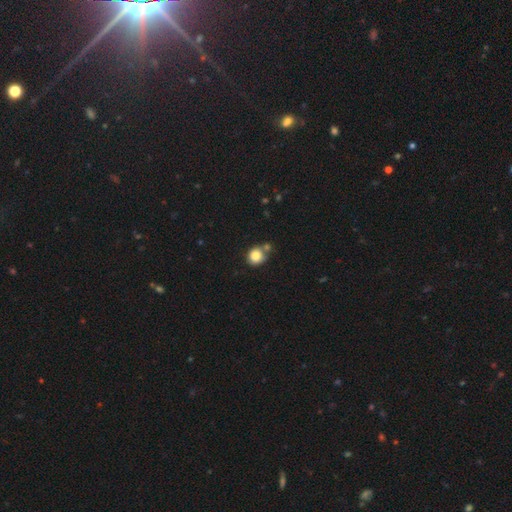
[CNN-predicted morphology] Smooth or featured? smooth (84%)
How rounded? round (84%)
Merging? none (59%)